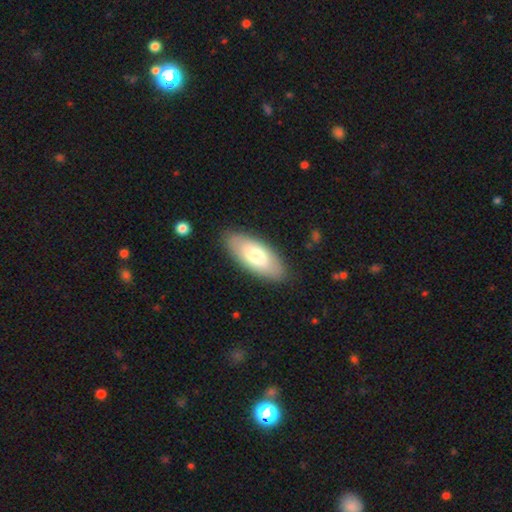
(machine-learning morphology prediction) Q: Smooth or featured?
A: smooth (72%); runner-up: featured or disk (22%)
Q: How rounded?
A: in between (85%); runner-up: cigar-shaped (13%)
Q: Merging?
A: none (87%); runner-up: minor disturbance (10%)